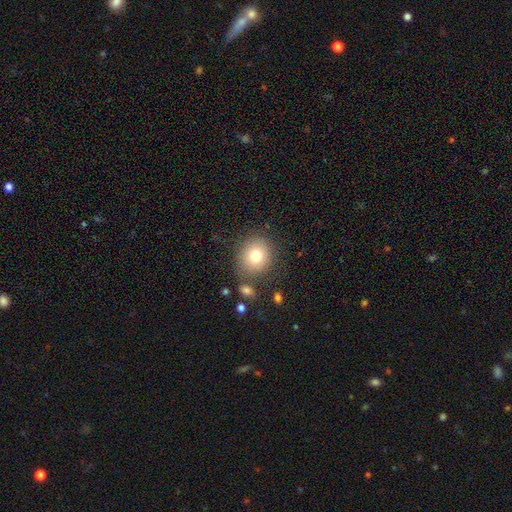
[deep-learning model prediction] Q: Smooth or featured?
A: smooth (77%); runner-up: featured or disk (12%)
Q: How rounded?
A: round (81%); runner-up: in between (18%)
Q: Merging?
A: none (78%); runner-up: minor disturbance (11%)